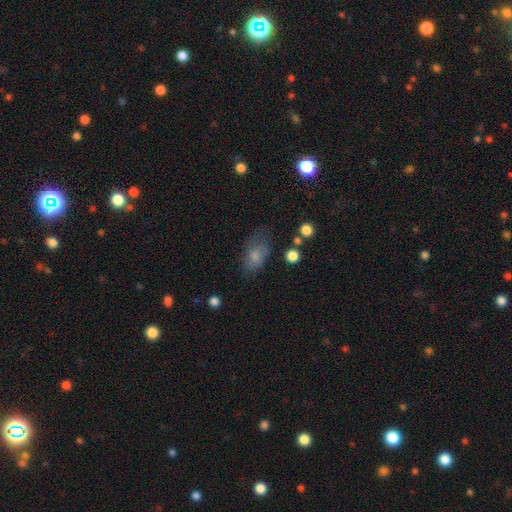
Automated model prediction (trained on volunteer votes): Overall: smooth (70%). How rounded: in between (85%). Merging: none (49%; minor disturbance 30%).